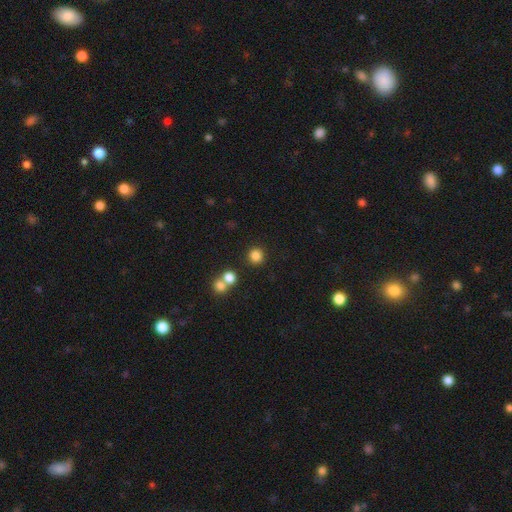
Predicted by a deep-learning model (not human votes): This appears to be a smooth galaxy with no disk features (84%) that is round (92%). Merging: none (82%).